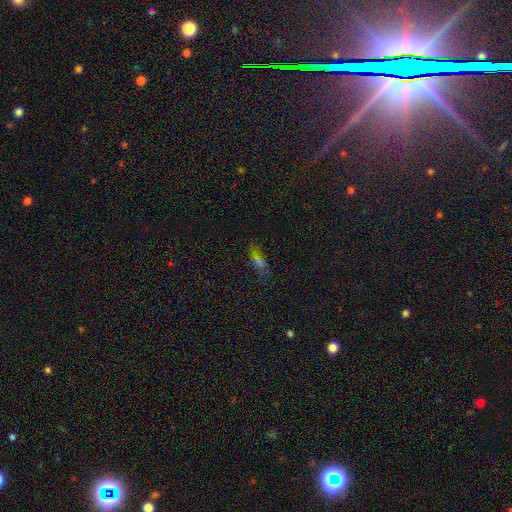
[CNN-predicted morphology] Smooth or featured?
  - smooth: 46% *
  - star or artifact: 29%
  - featured or disk: 25%
Merging?
  - none: 73% *
  - minor disturbance: 16%
  - major disturbance: 6%
  - merger: 4%